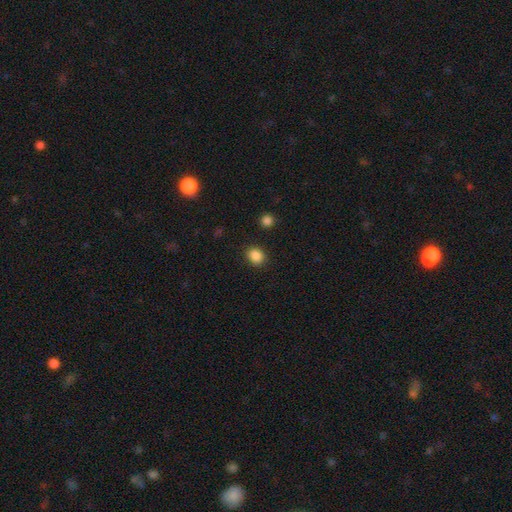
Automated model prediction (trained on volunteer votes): Q: Smooth or featured?
A: smooth (87%); runner-up: star or artifact (10%)
Q: How rounded?
A: round (61%); runner-up: in between (38%)
Q: Merging?
A: none (87%); runner-up: minor disturbance (8%)